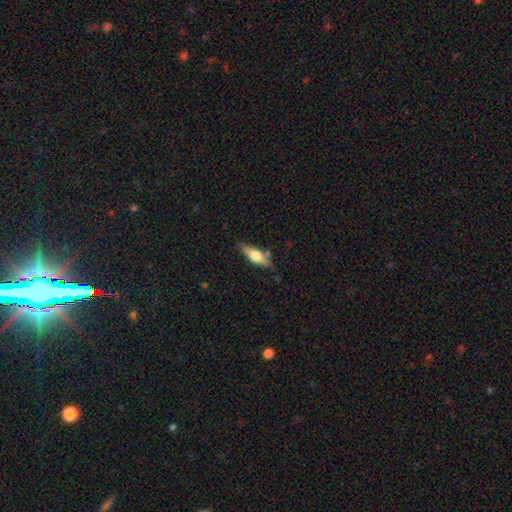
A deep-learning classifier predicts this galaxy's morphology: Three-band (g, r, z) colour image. It shows a featured or disk galaxy (50%). Merging: none (77%).